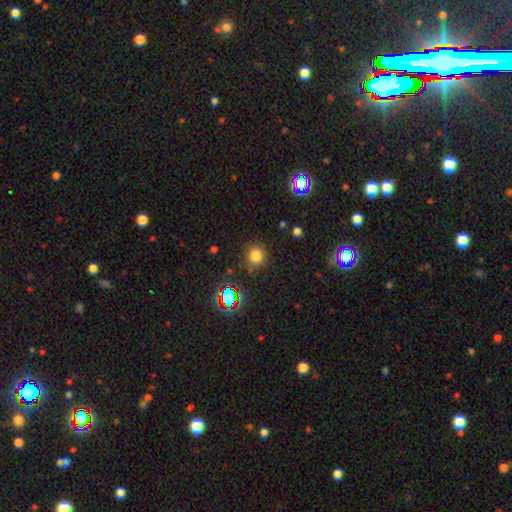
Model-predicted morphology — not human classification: smooth_or_featured: smooth (p=0.73) [alt: star or artifact p=0.20]
how_rounded: round (p=0.79) [alt: in between p=0.20]
merging: none (p=0.76) [alt: minor disturbance p=0.16]